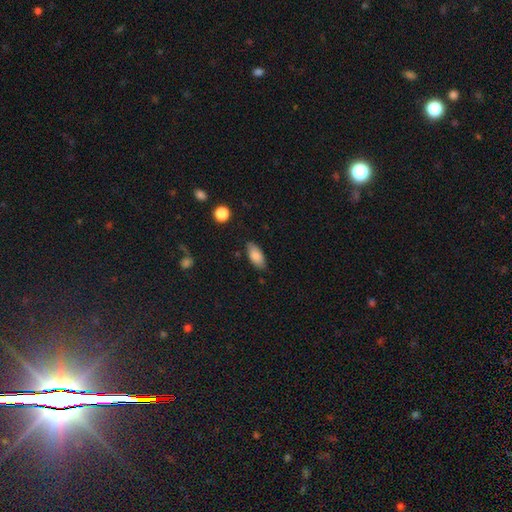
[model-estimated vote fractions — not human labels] The model was most divided on "merging": none: 80%, minor disturbance: 16%, major disturbance: 3%, merger: 2%. More confident: how rounded — in between (90%); smooth or featured — smooth (85%).